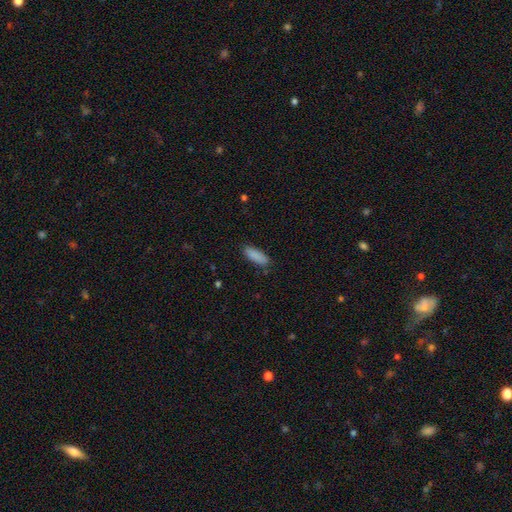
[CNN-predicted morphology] Q: Smooth or featured?
A: smooth (88%); runner-up: star or artifact (7%)
Q: How rounded?
A: in between (63%); runner-up: cigar-shaped (36%)
Q: Merging?
A: none (84%); runner-up: minor disturbance (12%)